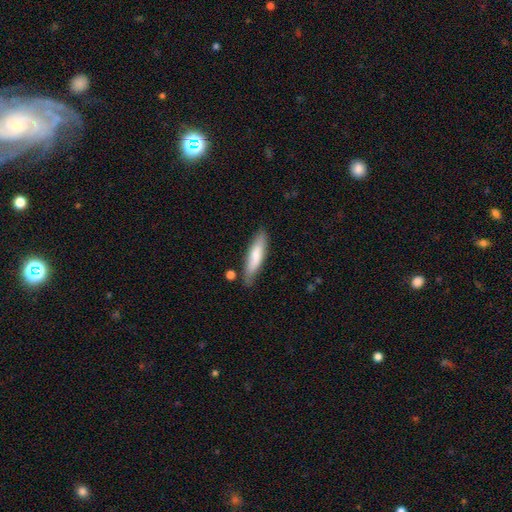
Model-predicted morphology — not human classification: A smooth galaxy with no disk features (71%) that is cigar-shaped (76%).

Vote fractions:
- Smooth or featured? smooth: 71% / featured or disk: 23% / star or artifact: 6%
- How rounded? cigar-shaped: 76% / in between: 23% / round: 1%
- Merging? none: 75% / minor disturbance: 18% / merger: 4% / major disturbance: 3%